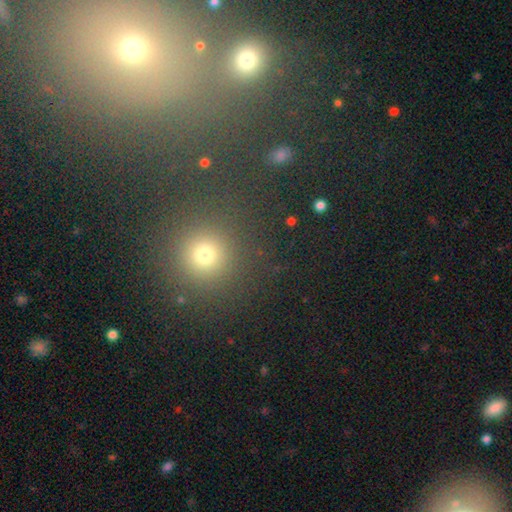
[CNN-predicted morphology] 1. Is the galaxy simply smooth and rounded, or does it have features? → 56% smooth, 37% star or artifact, 7% featured or disk.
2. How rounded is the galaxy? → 92% round, 7% in between, 1% cigar-shaped.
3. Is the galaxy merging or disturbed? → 87% none, 5% minor disturbance, 4% merger, 3% major disturbance.